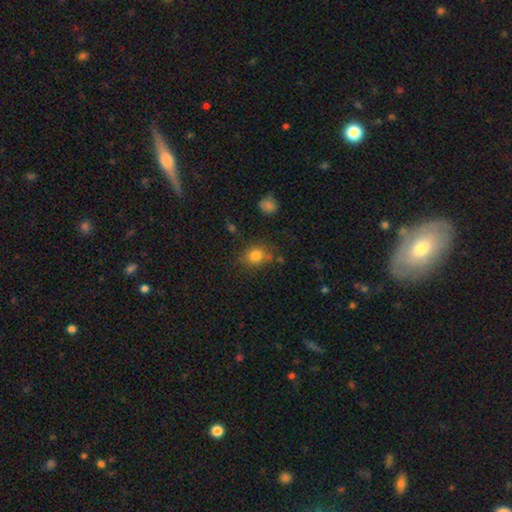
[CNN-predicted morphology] Smooth or featured? smooth (80%)
How rounded? round (61%)
Merging? none (73%)